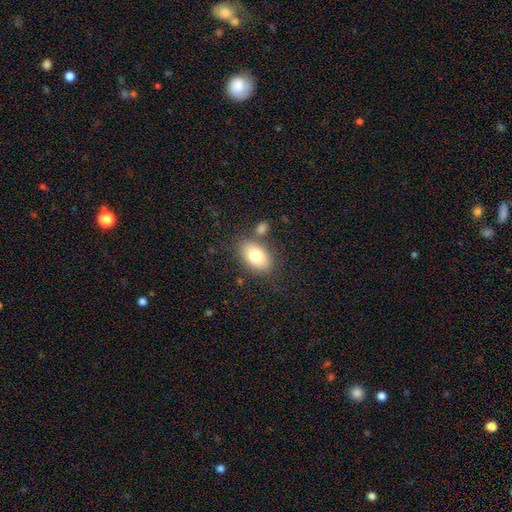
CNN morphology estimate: smooth_or_featured: smooth (p=0.78) [alt: featured or disk p=0.15]
how_rounded: in between (p=0.90) [alt: round p=0.09]
merging: none (p=0.73) [alt: minor disturbance p=0.12]